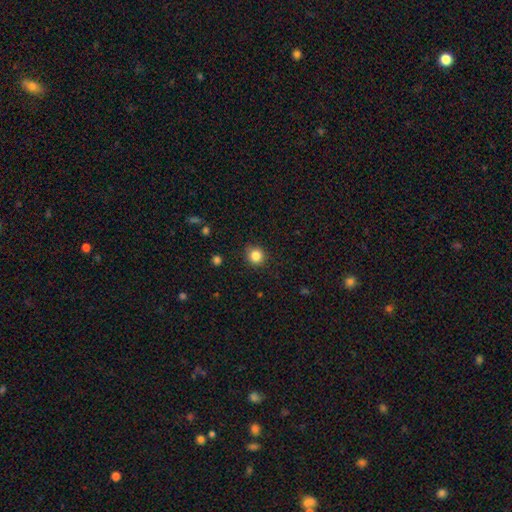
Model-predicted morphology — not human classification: smooth_or_featured: smooth (p=0.84) [alt: star or artifact p=0.11]
how_rounded: round (p=0.91) [alt: in between p=0.08]
merging: none (p=0.88) [alt: minor disturbance p=0.08]